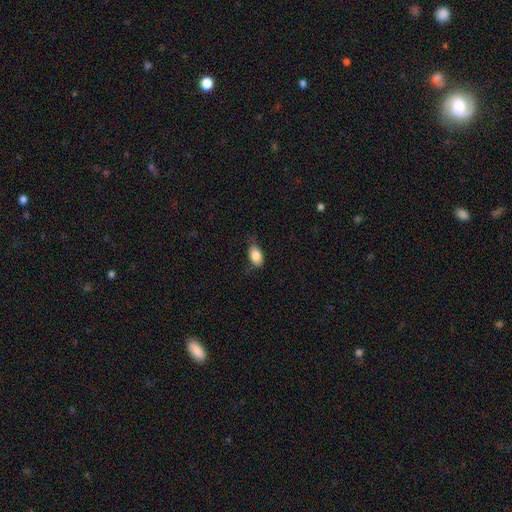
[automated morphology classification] Smooth or featured?
  - smooth: 84% *
  - featured or disk: 9%
  - star or artifact: 7%
How rounded?
  - in between: 88% *
  - round: 8%
  - cigar-shaped: 4%
Merging?
  - none: 59% *
  - minor disturbance: 31%
  - major disturbance: 8%
  - merger: 1%